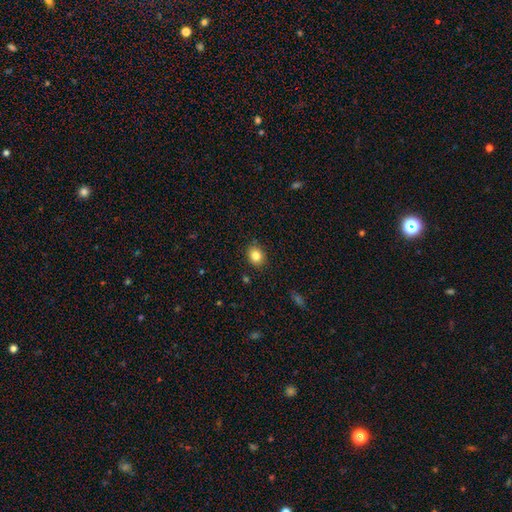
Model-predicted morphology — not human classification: Smooth or featured?
  - smooth: 84% *
  - star or artifact: 10%
  - featured or disk: 6%
How rounded?
  - round: 58% *
  - in between: 41%
  - cigar-shaped: 1%
Merging?
  - none: 85% *
  - minor disturbance: 11%
  - major disturbance: 2%
  - merger: 1%